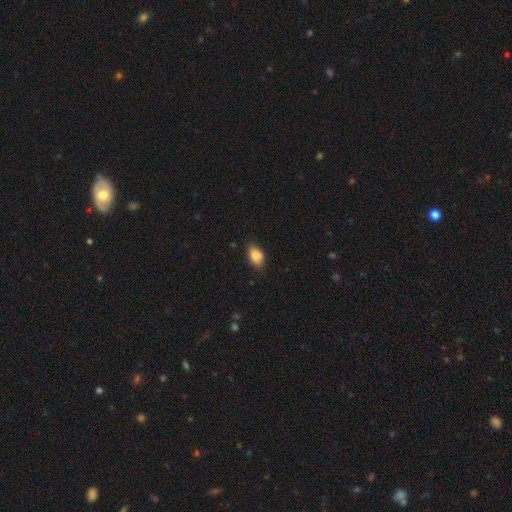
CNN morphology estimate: Smooth or featured?
  - smooth: 86% *
  - star or artifact: 7%
  - featured or disk: 7%
How rounded?
  - in between: 90% *
  - round: 8%
  - cigar-shaped: 2%
Merging?
  - none: 77% *
  - minor disturbance: 19%
  - major disturbance: 3%
  - merger: 1%